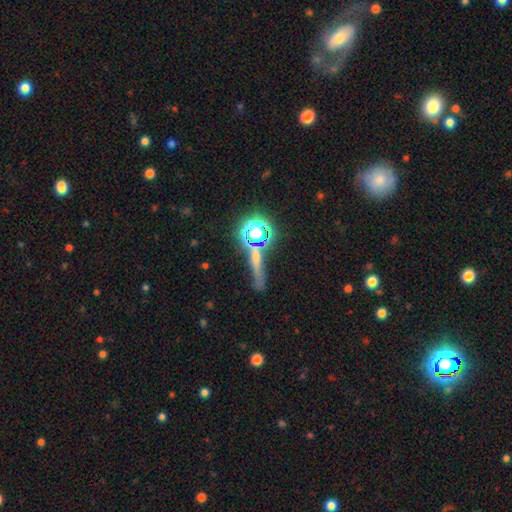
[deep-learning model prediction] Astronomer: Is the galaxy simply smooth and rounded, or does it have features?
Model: star or artifact — 47% (runner-up: smooth, 32%).